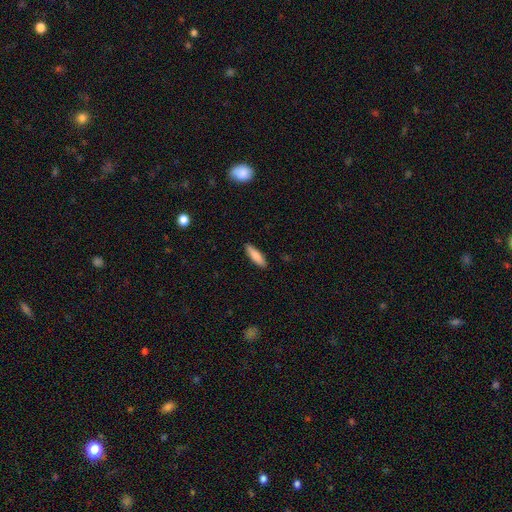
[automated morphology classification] A smooth galaxy with no disk features (83%) that is cigar-shaped (65%).

Vote fractions:
- Smooth or featured? smooth: 83% / featured or disk: 11% / star or artifact: 6%
- How rounded? cigar-shaped: 65% / in between: 34% / round: 2%
- Merging? none: 90% / minor disturbance: 8% / major disturbance: 2% / merger: 1%